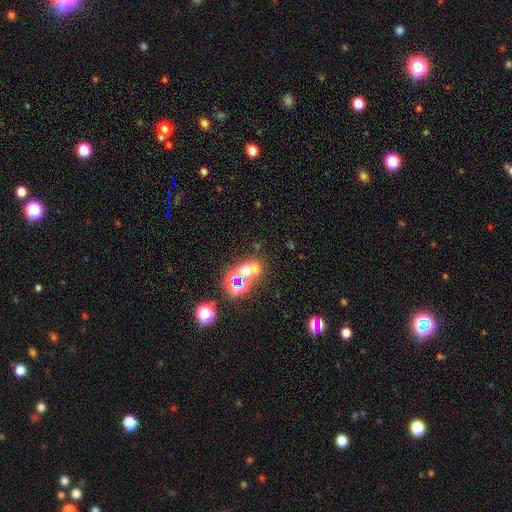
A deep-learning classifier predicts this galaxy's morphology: This appears to be a smooth galaxy with no disk features (39%). Merging: merger (43%).